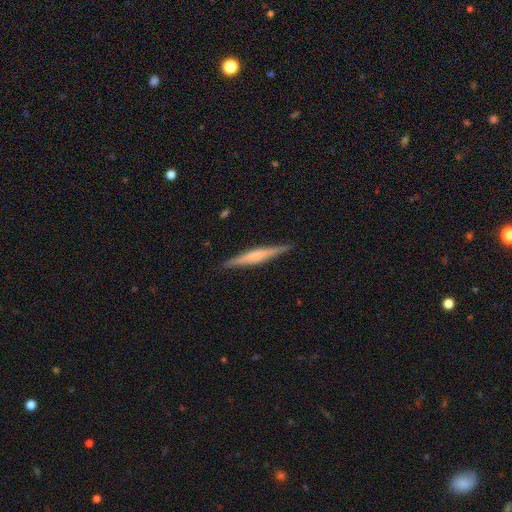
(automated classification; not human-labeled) smooth_or_featured: featured or disk (p=0.62) [alt: smooth p=0.33]
disk_edge_on: yes (p=0.98) [alt: no p=0.02]
edge_on_bulge: rounded (p=0.39) [alt: none p=0.31]
merging: none (p=0.90) [alt: minor disturbance p=0.07]